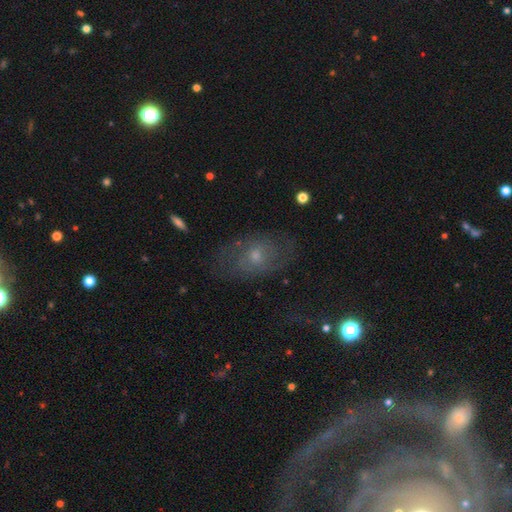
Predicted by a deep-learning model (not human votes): Smooth or featured? featured or disk (53%)
Edge-on disk? no (93%)
Merging? none (67%)